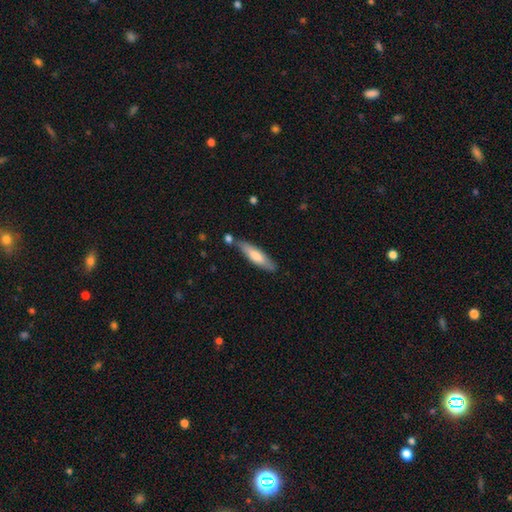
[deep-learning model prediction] Overall: smooth (63%; featured or disk 32%). How rounded: cigar-shaped (76%). Merging: none (78%).